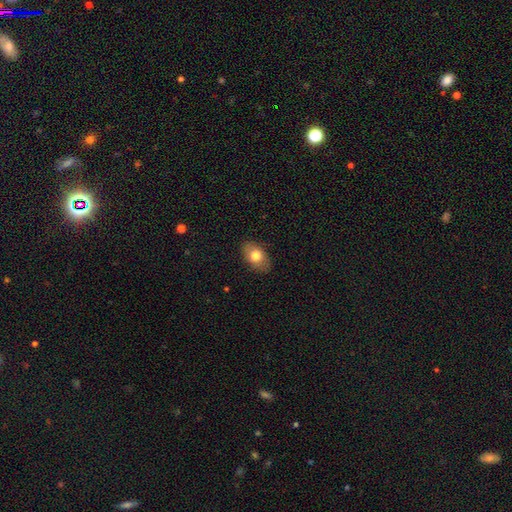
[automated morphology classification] A smooth galaxy with no disk features (75%) that is in between round and cigar-shaped (87%).

Vote fractions:
- Smooth or featured? smooth: 75% / featured or disk: 18% / star or artifact: 7%
- How rounded? in between: 87% / round: 11% / cigar-shaped: 2%
- Merging? none: 85% / minor disturbance: 11% / major disturbance: 3% / merger: 1%